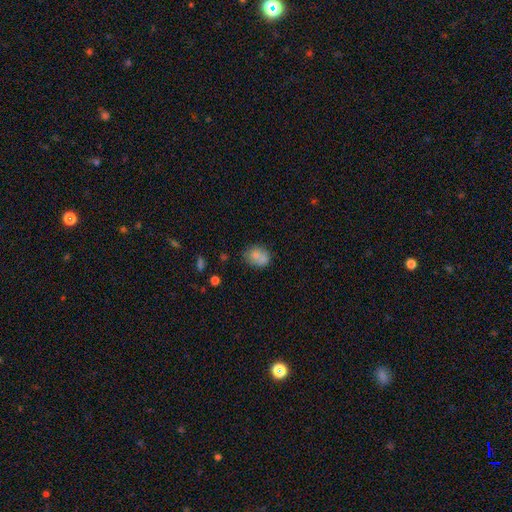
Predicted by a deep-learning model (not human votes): Q: Smooth or featured?
A: smooth (80%); runner-up: featured or disk (11%)
Q: How rounded?
A: in between (66%); runner-up: round (33%)
Q: Merging?
A: none (59%); runner-up: minor disturbance (22%)